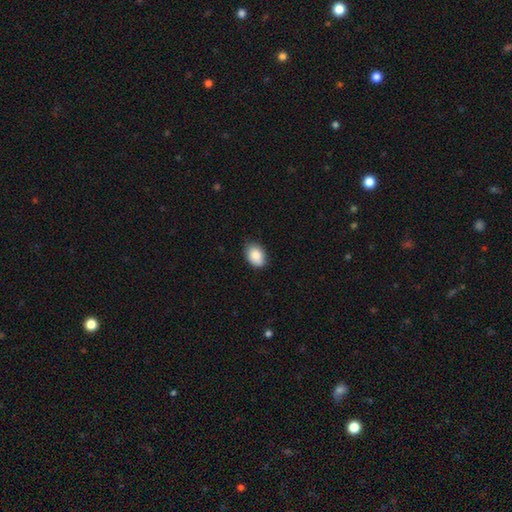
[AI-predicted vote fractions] Overall: smooth (88%). How rounded: in between (80%). Merging: none (79%).